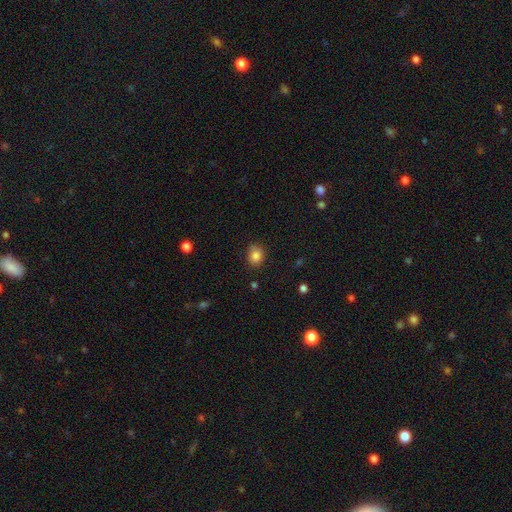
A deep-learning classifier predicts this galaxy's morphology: This is clearly a smooth galaxy (84%). How rounded: possibly round (60%). Merging: likely none (79%).